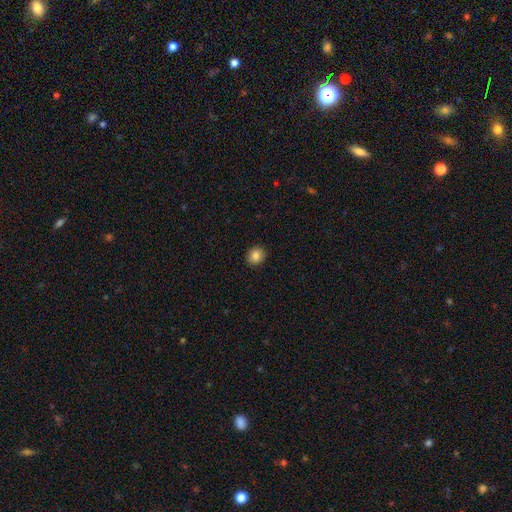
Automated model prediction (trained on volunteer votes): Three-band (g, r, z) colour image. It shows a smooth galaxy with no disk features (85%) that is round (73%). Merging: none (91%).